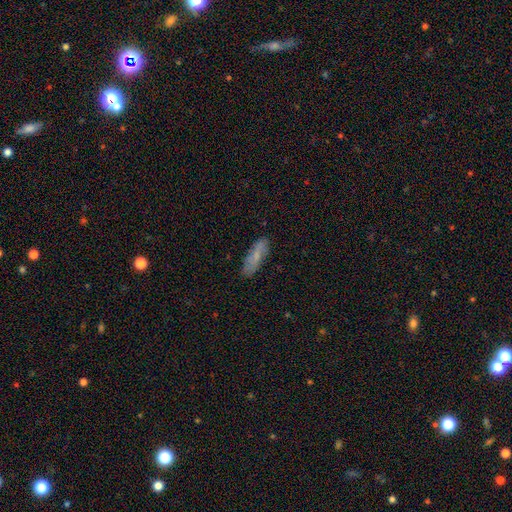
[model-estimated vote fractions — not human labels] This appears to be a smooth galaxy with no disk features (66%) that is cigar-shaped (53%). Merging: none (80%).